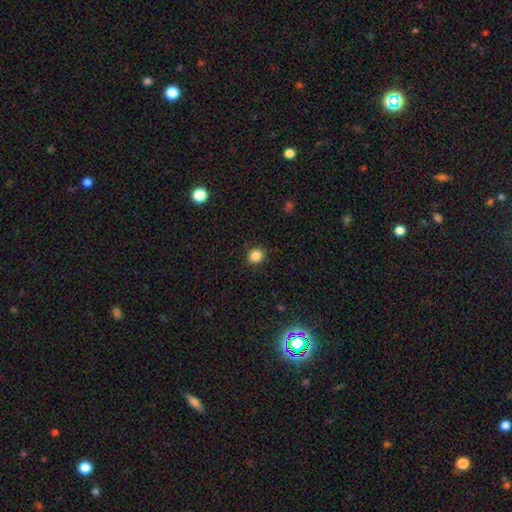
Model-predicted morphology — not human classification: smooth-or-featured: smooth: 85% | star or artifact: 11% | featured or disk: 4%
  how-rounded: round: 80% | in between: 19% | cigar-shaped: 1%
  merging: none: 90% | minor disturbance: 7% | major disturbance: 2% | merger: 1%